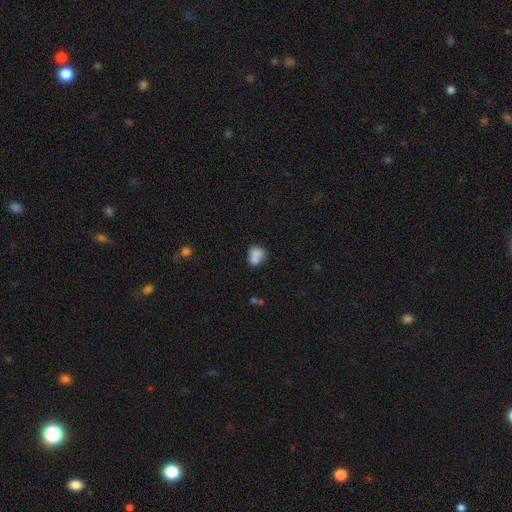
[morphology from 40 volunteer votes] Smooth or featured: smooth — 78% (star or artifact — 12%)
How rounded: in between — 61% (round — 39%)
Merging: merger — 54% (none — 29%)